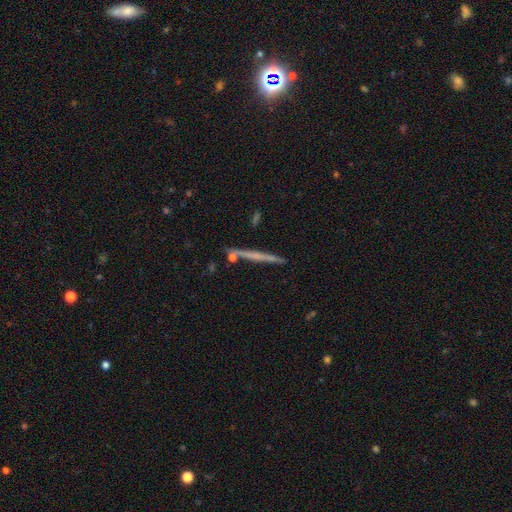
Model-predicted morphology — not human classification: Smooth or featured? Predicted: featured or disk (p=0.52). Edge-on disk? Predicted: yes (p=0.97). Edge-on bulge? Predicted: none (p=0.80). Merging? Predicted: none (p=0.86).